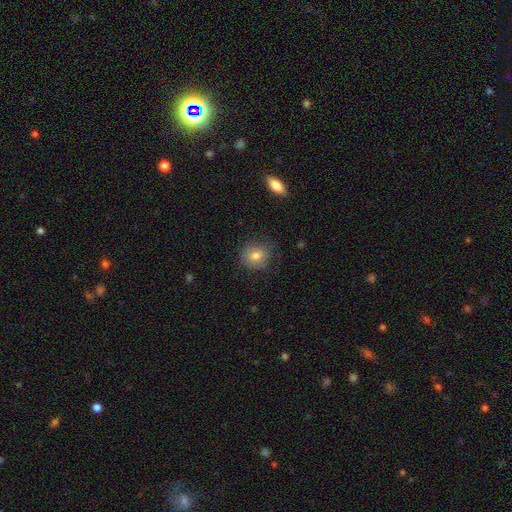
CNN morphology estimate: This is likely a smooth galaxy (79%). How rounded: clearly round (82%). Merging: likely none (79%).